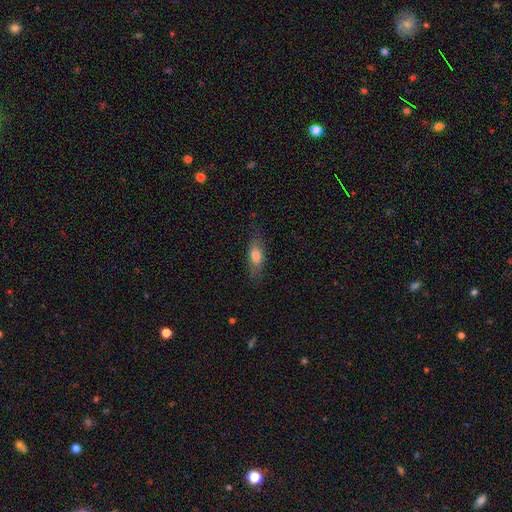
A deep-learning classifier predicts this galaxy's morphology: Smooth or featured?
  - smooth: 73% *
  - featured or disk: 20%
  - star or artifact: 7%
How rounded?
  - in between: 72% *
  - cigar-shaped: 24%
  - round: 4%
Merging?
  - none: 77% *
  - minor disturbance: 17%
  - major disturbance: 5%
  - merger: 1%